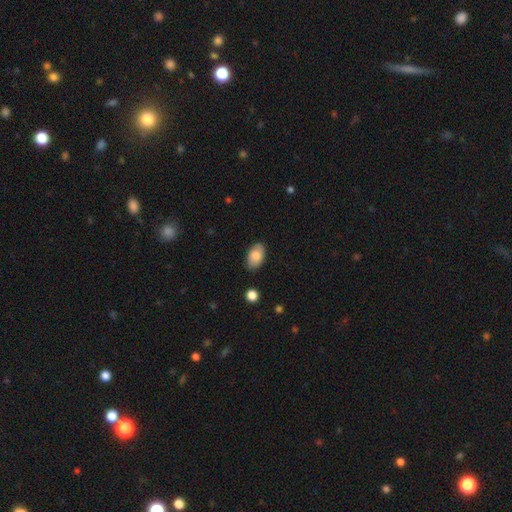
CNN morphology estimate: smooth 83%, featured or disk 11%, star or artifact 7%. Down the decision tree: how rounded — in between (92%); merging — none (83%).